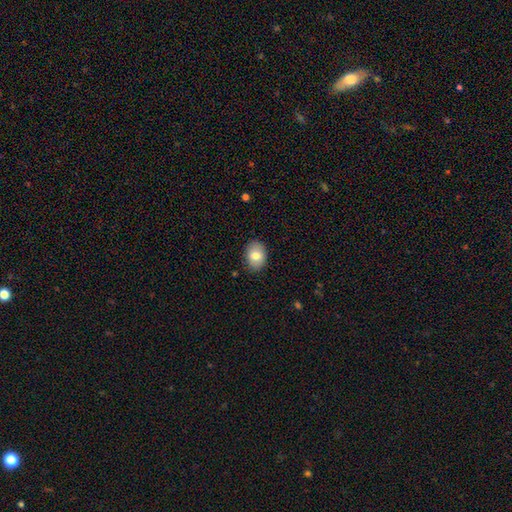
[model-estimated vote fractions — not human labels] Morphology: type=smooth (79%); roundness=in between (70%); merging=none (87%).